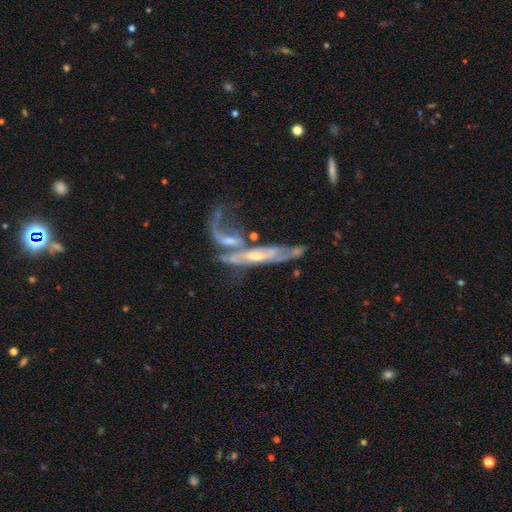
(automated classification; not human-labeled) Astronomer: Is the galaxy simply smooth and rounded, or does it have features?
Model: featured or disk — 76%.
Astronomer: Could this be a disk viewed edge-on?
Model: no — 56% (runner-up: yes, 44%).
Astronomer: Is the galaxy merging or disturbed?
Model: merger — 53%.